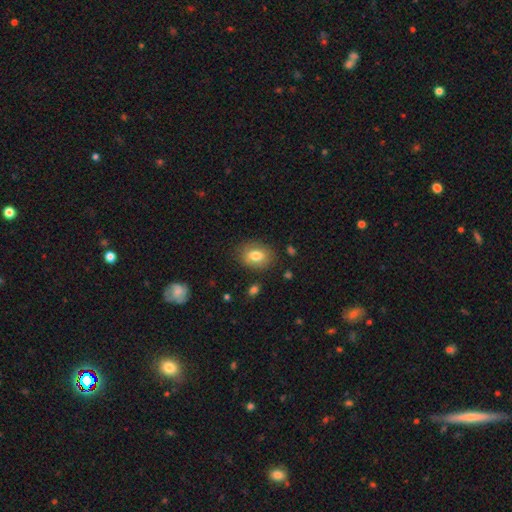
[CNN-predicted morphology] Smooth or featured: smooth — 78% (featured or disk — 14%)
How rounded: in between — 68% (round — 31%)
Merging: none — 81% (minor disturbance — 13%)